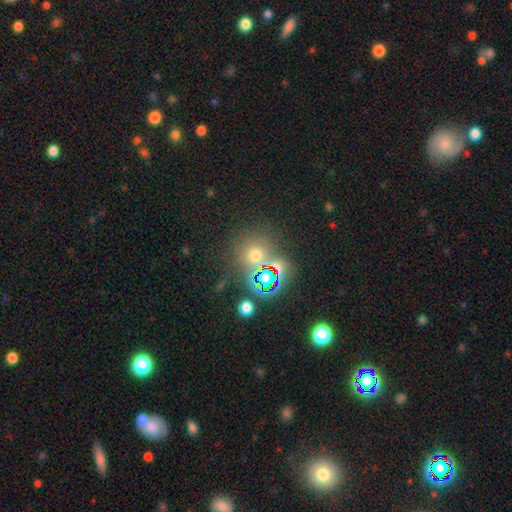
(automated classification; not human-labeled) Overall: smooth (58%; star or artifact 34%). How rounded: round (87%). Merging: none (70%).